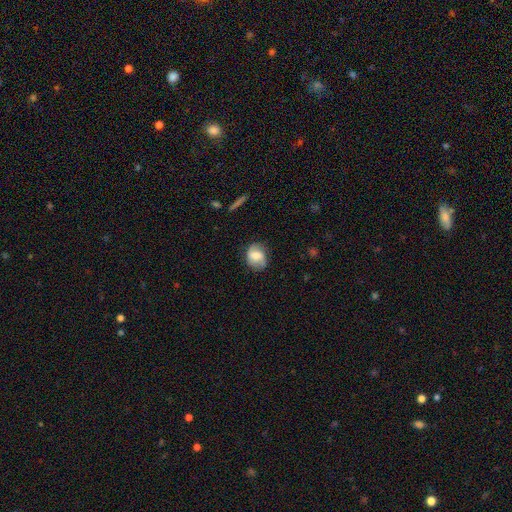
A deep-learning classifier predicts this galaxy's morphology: smooth 53%, featured or disk 39%, star or artifact 8%. Down the decision tree: how rounded — round (59%); merging — none (71%).